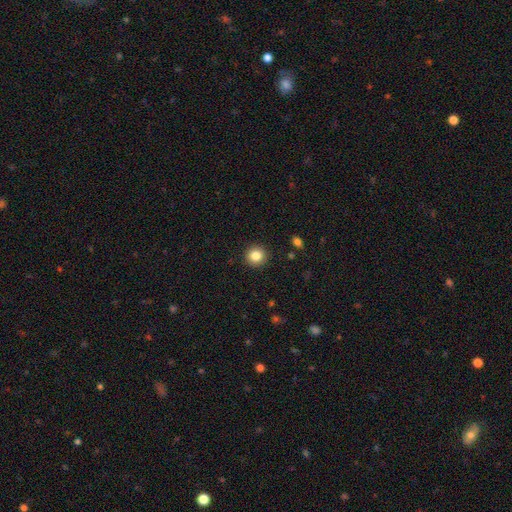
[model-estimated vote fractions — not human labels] This appears to be a smooth galaxy with no disk features (84%) that is round (94%). Merging: none (92%).